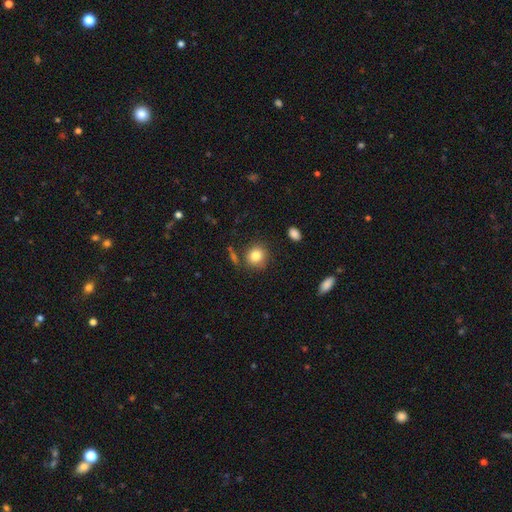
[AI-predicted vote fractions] This is clearly a smooth galaxy (83%). How rounded: clearly round (83%). Merging: clearly none (81%).